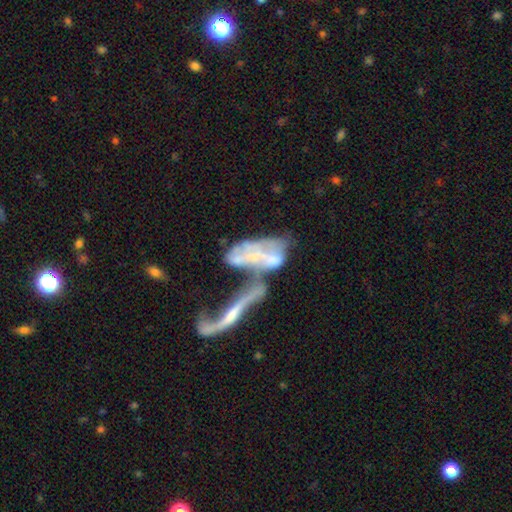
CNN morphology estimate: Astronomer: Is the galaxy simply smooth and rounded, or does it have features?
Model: featured or disk — 69%.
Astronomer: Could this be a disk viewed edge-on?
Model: no — 87%.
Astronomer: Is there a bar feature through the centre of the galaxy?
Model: no — 68%.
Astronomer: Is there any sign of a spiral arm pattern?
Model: no — 58% (runner-up: yes, 42%).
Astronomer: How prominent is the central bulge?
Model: none — 39% (runner-up: small, 37%).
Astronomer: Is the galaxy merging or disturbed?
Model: merger — 62%.